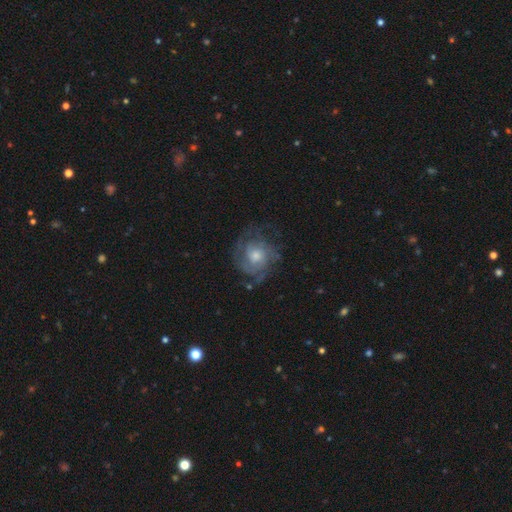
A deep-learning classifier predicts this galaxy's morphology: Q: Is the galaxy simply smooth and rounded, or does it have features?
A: featured or disk — 74%.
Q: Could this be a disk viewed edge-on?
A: no — 97%.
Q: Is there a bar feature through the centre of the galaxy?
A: no — 78%.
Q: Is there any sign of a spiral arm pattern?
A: yes — 88%.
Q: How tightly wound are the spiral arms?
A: tight — 58%.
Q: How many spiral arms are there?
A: can't tell — 42%.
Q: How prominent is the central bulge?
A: moderate — 61%.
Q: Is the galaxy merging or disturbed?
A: none — 68%.